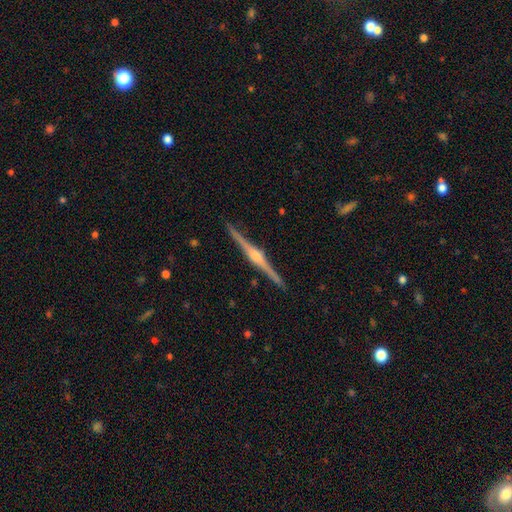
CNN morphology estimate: smooth-or-featured: featured or disk: 89% | smooth: 6% | star or artifact: 4%
  disk-edge-on: yes: 99% | no: 1%
    edge-on-bulge: rounded: 89% | boxy: 7% | none: 4%
  merging: none: 93% | minor disturbance: 5% | major disturbance: 1% | merger: 1%